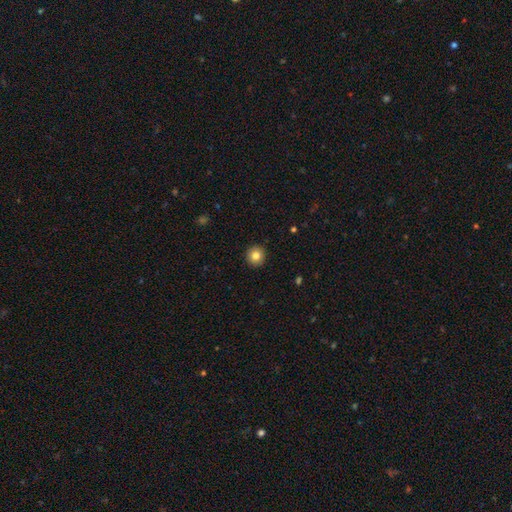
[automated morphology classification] smooth_or_featured: smooth (p=0.82) [alt: star or artifact p=0.10]
how_rounded: round (p=0.94) [alt: in between p=0.05]
merging: none (p=0.93) [alt: minor disturbance p=0.05]